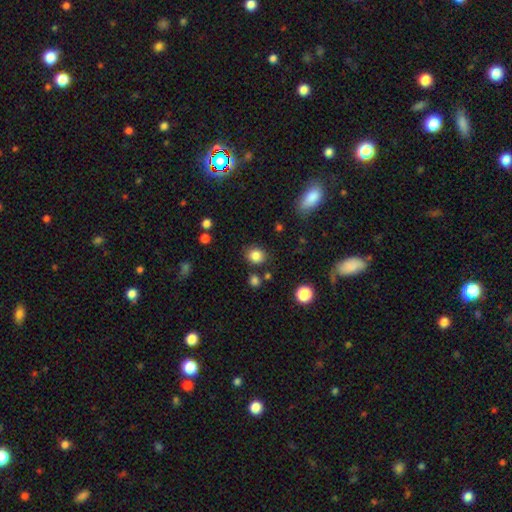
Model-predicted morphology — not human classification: Q: Smooth or featured?
A: smooth (84%); runner-up: star or artifact (11%)
Q: How rounded?
A: round (73%); runner-up: in between (26%)
Q: Merging?
A: none (83%); runner-up: minor disturbance (10%)